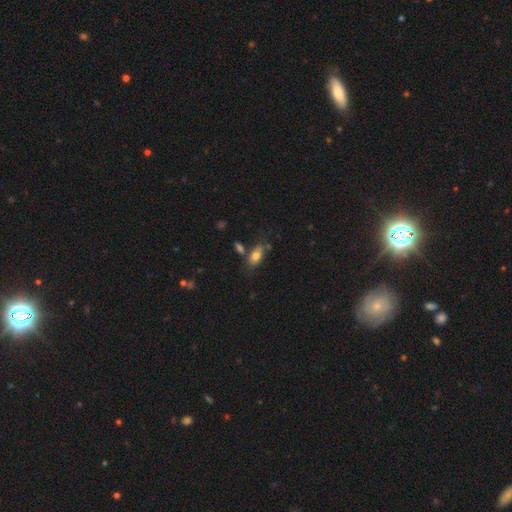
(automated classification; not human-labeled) A smooth galaxy with no disk features (76%) that is in between round and cigar-shaped (85%). Merging: none (61%).